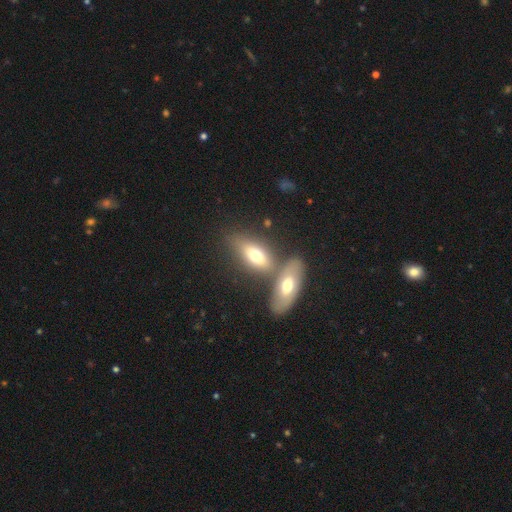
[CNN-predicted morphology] Overall: smooth (64%; featured or disk 28%). How rounded: in between (77%). Merging: none (46%; merger 39%).